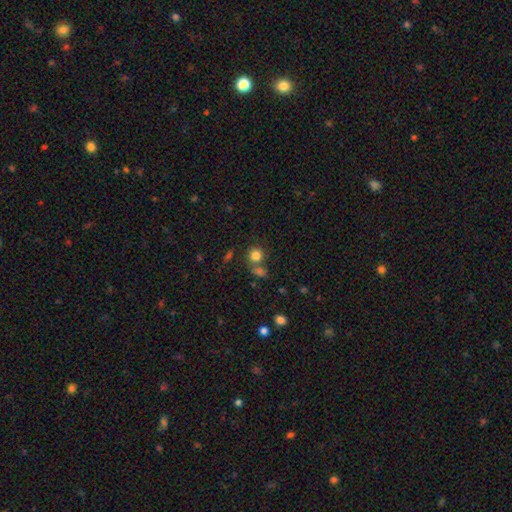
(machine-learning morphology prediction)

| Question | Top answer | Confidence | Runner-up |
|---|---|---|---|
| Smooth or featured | smooth | 81% | star or artifact (12%) |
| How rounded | round | 87% | in between (12%) |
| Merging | none | 59% | merger (27%) |